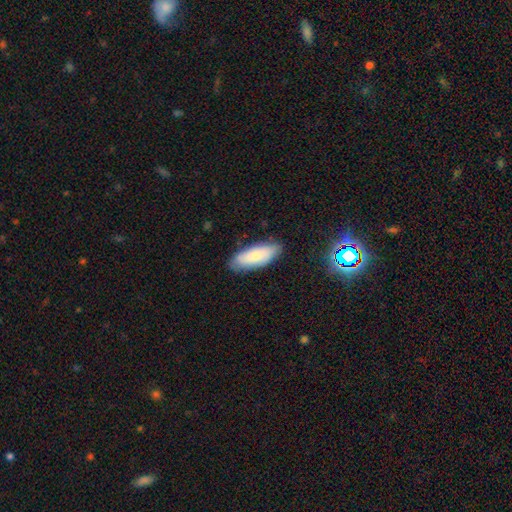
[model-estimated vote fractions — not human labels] smooth 75%, featured or disk 18%, star or artifact 7%. Down the decision tree: how rounded — in between (75%); merging — none (80%).